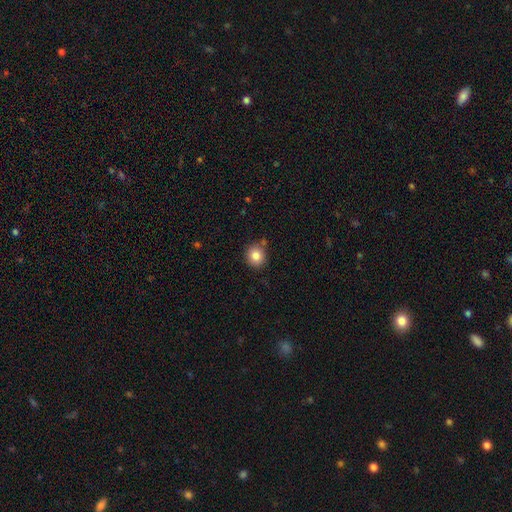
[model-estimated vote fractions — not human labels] A smooth galaxy with no disk features (84%) that is round (85%). Merging: none (81%).